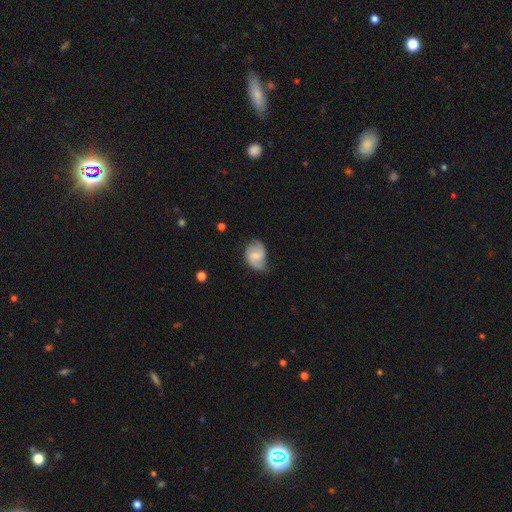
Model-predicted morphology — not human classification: smooth-or-featured: featured or disk: 57% | smooth: 36% | star or artifact: 7%
  disk-edge-on: no: 97% | yes: 3%
    bar: weak: 54% | no: 32% | strong: 14%
    has-spiral-arms: yes: 88% | no: 12%
    bulge-size: small: 45% | moderate: 37% | none: 14% | large: 3% | dominant: 1%
  merging: none: 49% | minor disturbance: 36% | major disturbance: 13% | merger: 2%